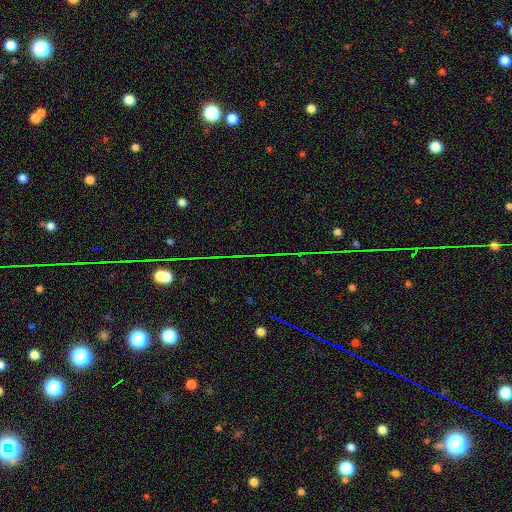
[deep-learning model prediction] Smooth or featured? star or artifact (78%)